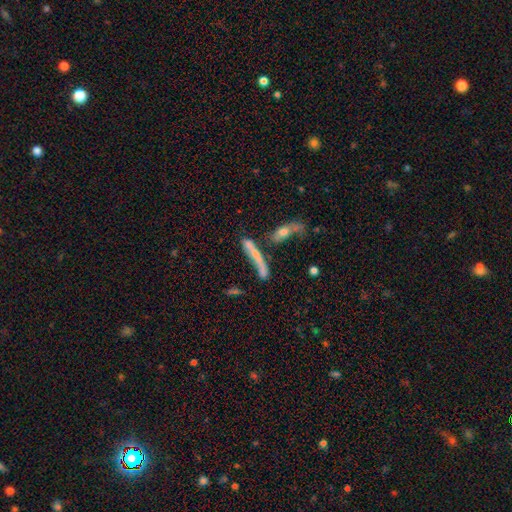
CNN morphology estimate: A smooth galaxy with no disk features (43%). Merging: none (37%).